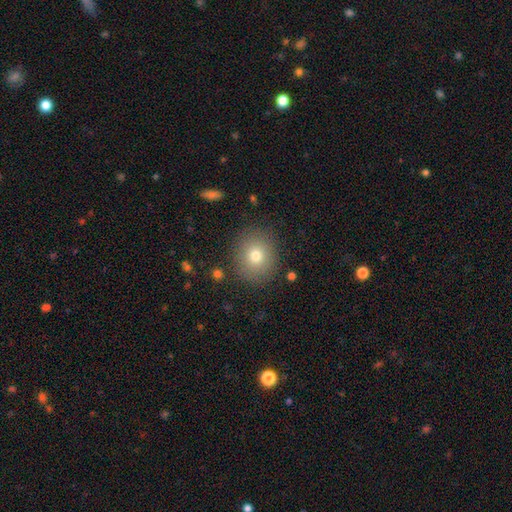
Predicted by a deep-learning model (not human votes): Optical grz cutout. It shows a smooth galaxy with no disk features (76%) that is round (81%). Merging: none (86%).